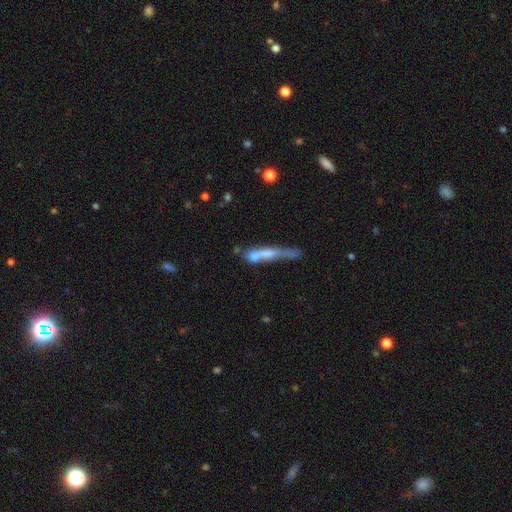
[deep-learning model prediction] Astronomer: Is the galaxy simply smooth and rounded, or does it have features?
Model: smooth — 52% (runner-up: featured or disk, 38%).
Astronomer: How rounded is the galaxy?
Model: cigar-shaped — 80%.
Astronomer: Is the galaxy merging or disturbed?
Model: merger — 36% (runner-up: none, 26%).